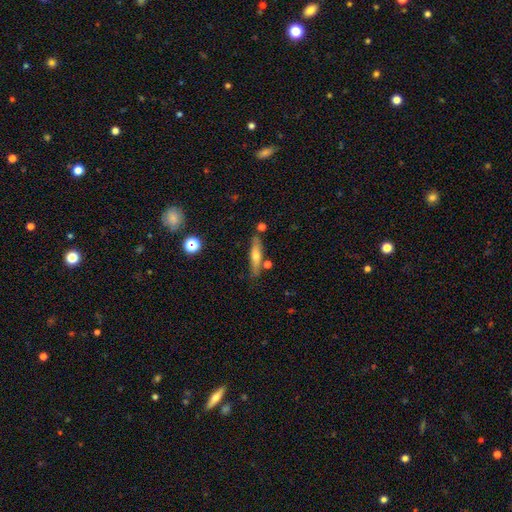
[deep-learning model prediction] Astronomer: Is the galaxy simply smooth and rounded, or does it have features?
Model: smooth — 50% (runner-up: featured or disk, 42%).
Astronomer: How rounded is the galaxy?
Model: cigar-shaped — 74%.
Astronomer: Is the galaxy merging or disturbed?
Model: none — 75%.